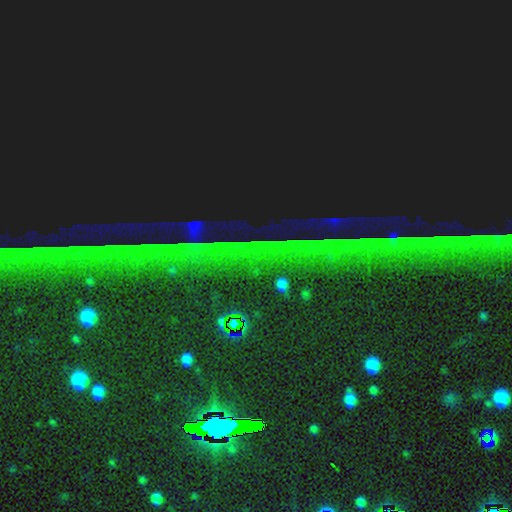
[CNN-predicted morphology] This is clearly a star or artifact rather than a galaxy (87%).